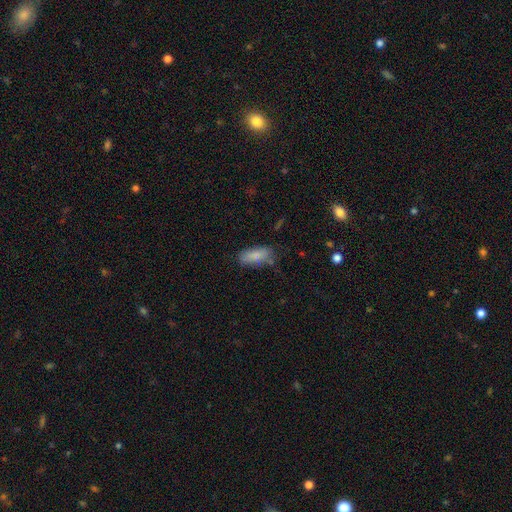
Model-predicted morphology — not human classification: Overall: smooth (83%). How rounded: in between (81%). Merging: none (65%).